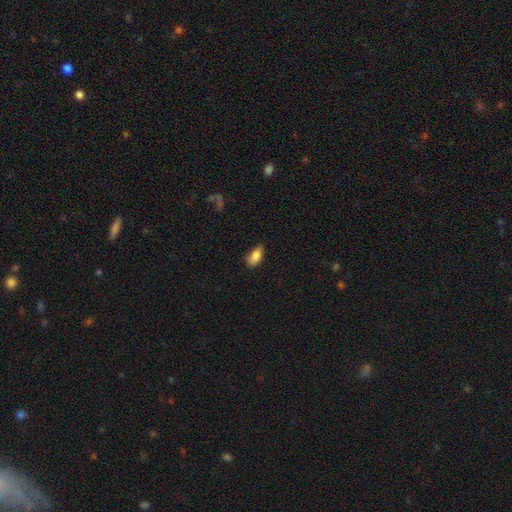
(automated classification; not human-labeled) Overall: smooth (80%). How rounded: in between (86%). Merging: none (57%; minor disturbance 33%).